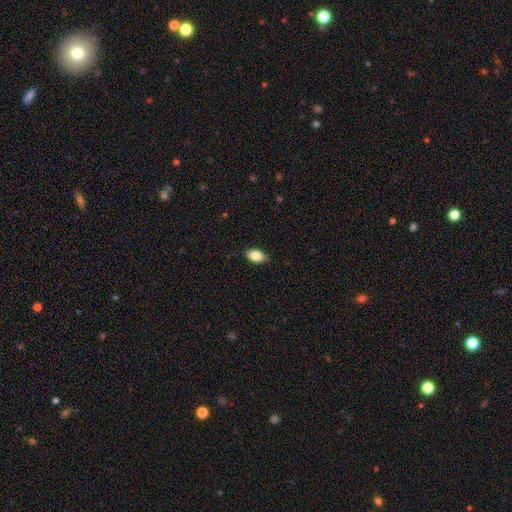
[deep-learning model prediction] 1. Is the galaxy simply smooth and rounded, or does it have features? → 85% smooth, 8% featured or disk, 8% star or artifact.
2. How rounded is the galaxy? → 90% in between, 7% round, 3% cigar-shaped.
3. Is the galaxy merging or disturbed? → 85% none, 12% minor disturbance, 2% major disturbance, 1% merger.